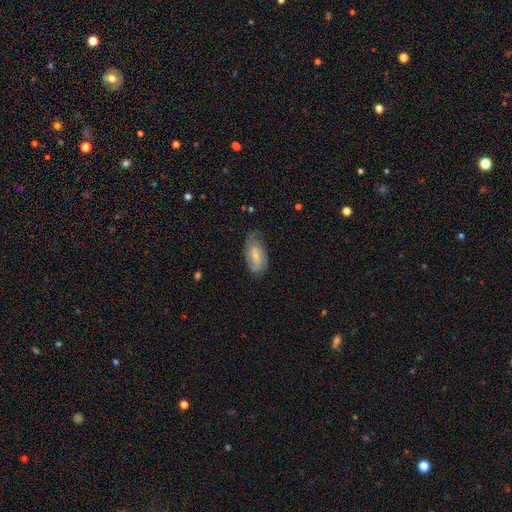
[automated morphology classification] smooth-or-featured: smooth: 48% | featured or disk: 46% | star or artifact: 7%
  merging: none: 56% | minor disturbance: 32% | major disturbance: 11% | merger: 2%